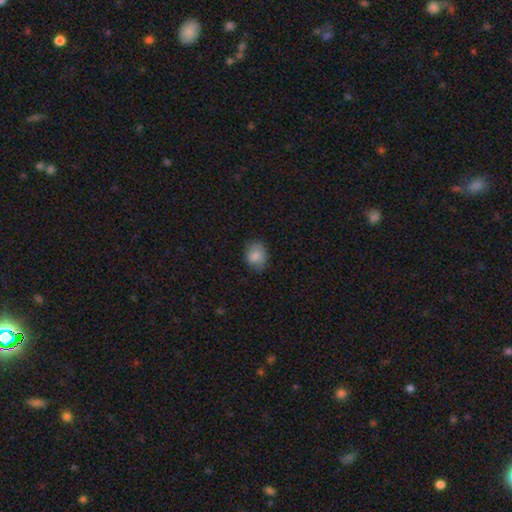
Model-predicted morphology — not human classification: Smooth or featured?
  - smooth: 83% *
  - featured or disk: 9%
  - star or artifact: 8%
How rounded?
  - round: 51% *
  - in between: 48%
  - cigar-shaped: 1%
Merging?
  - none: 72% *
  - minor disturbance: 22%
  - major disturbance: 5%
  - merger: 1%